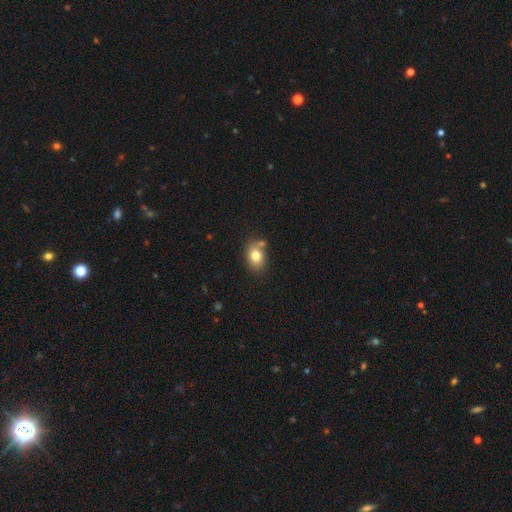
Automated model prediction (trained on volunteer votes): This appears to be a smooth galaxy with no disk features (78%) that is in between round and cigar-shaped (67%). Merging: none (66%).